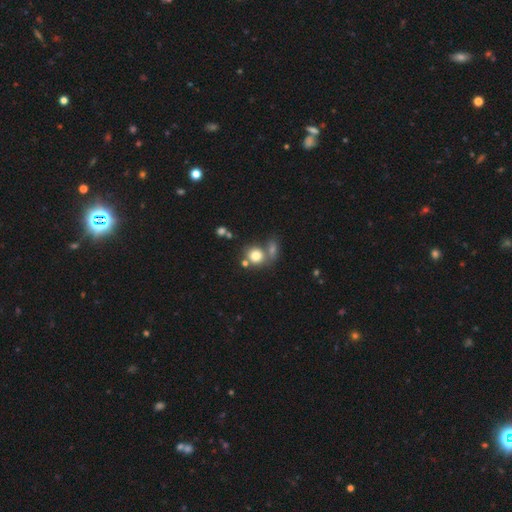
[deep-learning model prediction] smooth_or_featured: smooth (p=0.77) [alt: star or artifact p=0.12]
how_rounded: round (p=0.80) [alt: in between p=0.19]
merging: none (p=0.51) [alt: merger p=0.33]